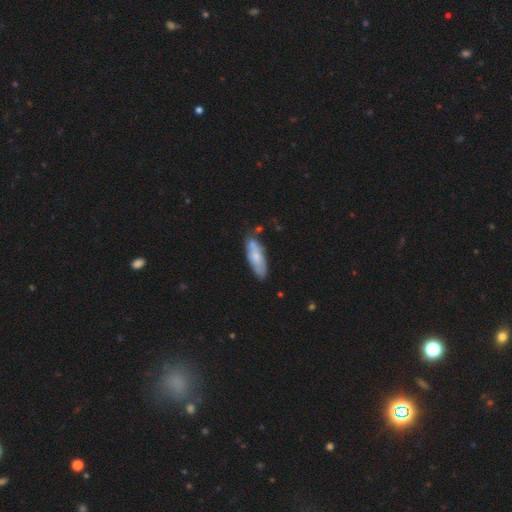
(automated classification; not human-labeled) A smooth galaxy with no disk features (64%) that is in between round and cigar-shaped (59%). Merging: none (67%).